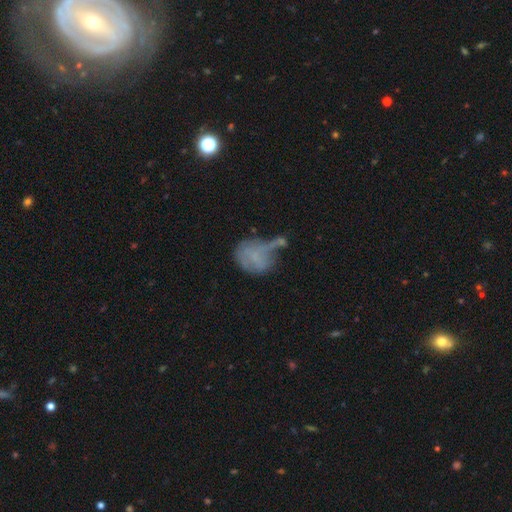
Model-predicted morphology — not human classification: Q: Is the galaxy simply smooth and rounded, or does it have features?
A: smooth — 49%.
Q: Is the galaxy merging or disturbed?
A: major disturbance — 35%.